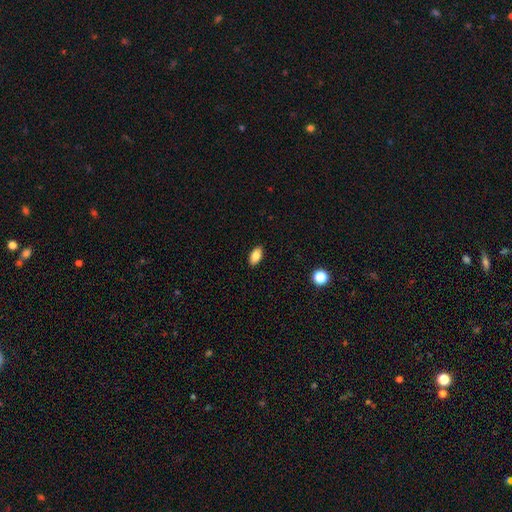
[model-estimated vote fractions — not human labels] Smooth or featured?
  - smooth: 84% *
  - star or artifact: 8%
  - featured or disk: 8%
How rounded?
  - in between: 91% *
  - round: 4%
  - cigar-shaped: 4%
Merging?
  - none: 89% *
  - minor disturbance: 8%
  - major disturbance: 2%
  - merger: 1%